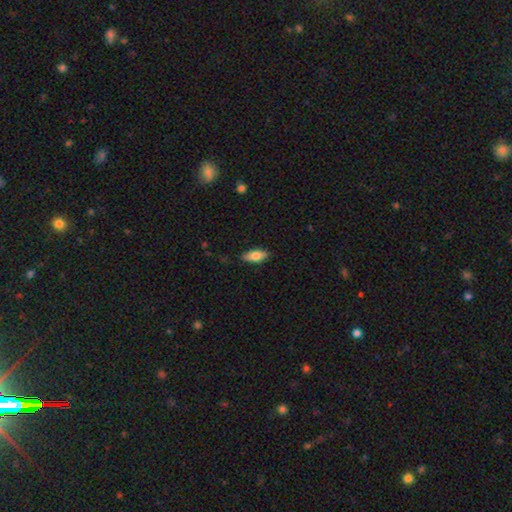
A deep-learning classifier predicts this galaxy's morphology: type=smooth (76%); roundness=in between (77%); merging=none (85%).